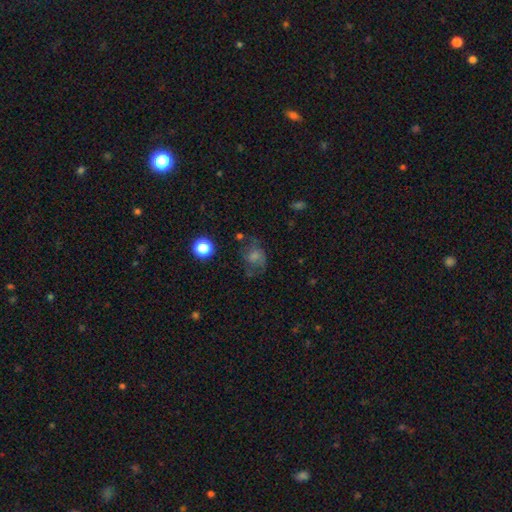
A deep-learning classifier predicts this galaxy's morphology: A smooth galaxy with no disk features (40%). Merging: none (60%).